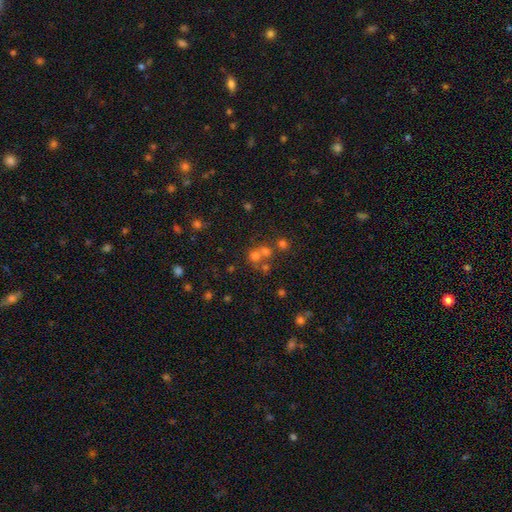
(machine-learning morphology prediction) A smooth galaxy with no disk features (59%) that is round (81%).

Vote fractions:
- Smooth or featured? smooth: 59% / star or artifact: 26% / featured or disk: 15%
- How rounded? round: 81% / in between: 18% / cigar-shaped: 1%
- Merging? merger: 45% / none: 43% / minor disturbance: 7% / major disturbance: 5%